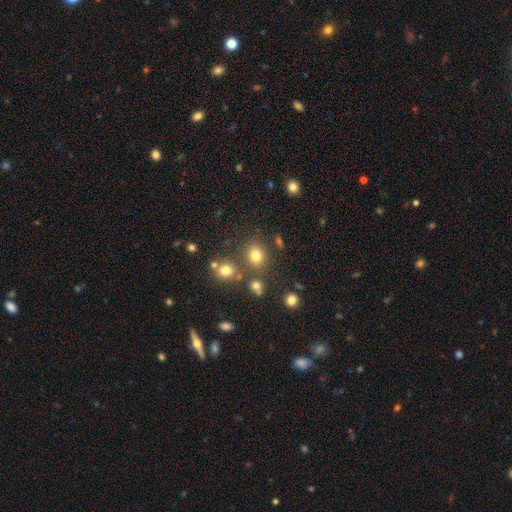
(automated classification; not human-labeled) Smooth or featured?
  - smooth: 75% *
  - star or artifact: 17%
  - featured or disk: 8%
How rounded?
  - round: 66% *
  - in between: 33%
  - cigar-shaped: 1%
Merging?
  - none: 75% *
  - minor disturbance: 11%
  - merger: 10%
  - major disturbance: 4%